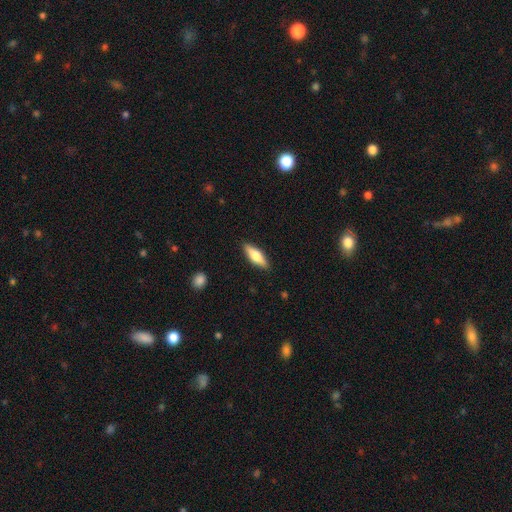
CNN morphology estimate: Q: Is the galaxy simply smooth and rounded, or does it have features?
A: smooth — 60%.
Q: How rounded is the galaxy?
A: in between — 50%.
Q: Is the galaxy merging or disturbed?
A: none — 89%.